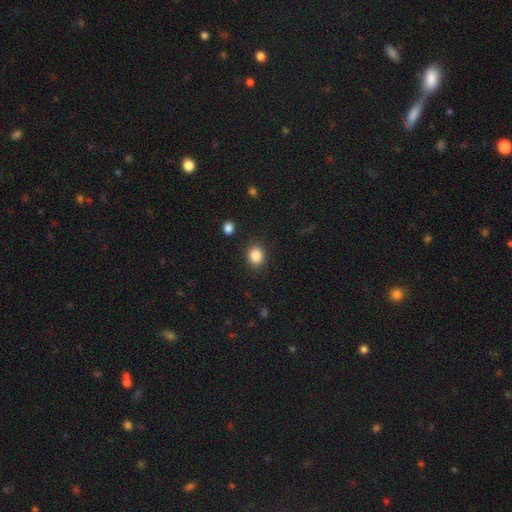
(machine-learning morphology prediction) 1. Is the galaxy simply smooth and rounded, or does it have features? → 86% smooth, 10% star or artifact, 4% featured or disk.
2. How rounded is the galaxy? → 62% round, 38% in between, 1% cigar-shaped.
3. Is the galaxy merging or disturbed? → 87% none, 8% minor disturbance, 3% major disturbance, 2% merger.